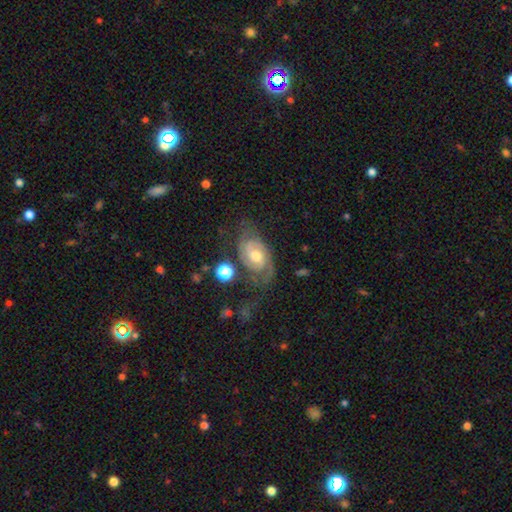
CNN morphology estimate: A featured or disk galaxy (82%) with no bar (58%), 2 (77%) tight (51%) spiral arms (95%) and a moderate central bulge (68%).

Vote fractions:
- Smooth or featured? featured or disk: 82% / smooth: 12% / star or artifact: 7%
- Edge-on disk? no: 96% / yes: 4%
- Bar? no: 58% / weak: 35% / strong: 7%
- Spiral arms? yes: 95% / no: 5%
- Spiral winding? tight: 51% / medium: 38% / loose: 11%
- Spiral arm count? 2: 77% / can't tell: 11% / 3: 6% / 1: 3% / 4: 2% / more than 4: 2%
- Bulge size? moderate: 68% / small: 21% / large: 8% / none: 2% / dominant: 1%
- Merging? none: 61% / minor disturbance: 21% / major disturbance: 14% / merger: 4%